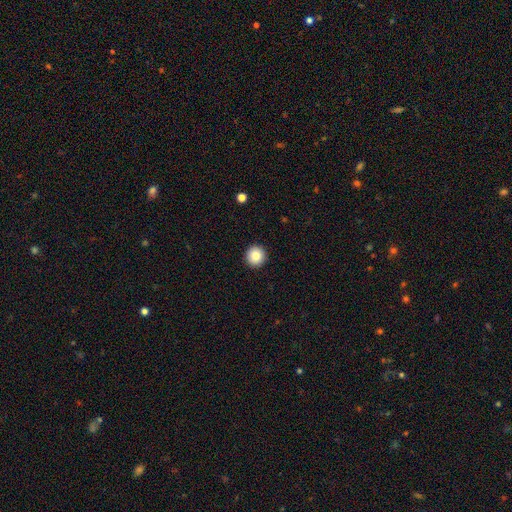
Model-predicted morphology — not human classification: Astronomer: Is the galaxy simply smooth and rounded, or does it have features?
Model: smooth — 85%.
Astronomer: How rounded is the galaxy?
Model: round — 95%.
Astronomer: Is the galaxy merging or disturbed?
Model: none — 93%.